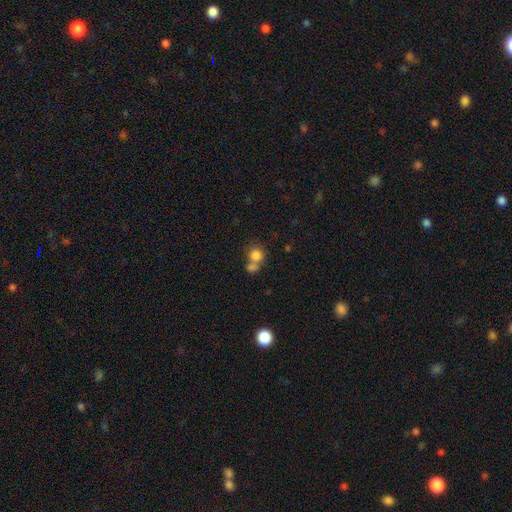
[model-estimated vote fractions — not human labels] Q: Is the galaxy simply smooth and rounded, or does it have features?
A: smooth — 80%.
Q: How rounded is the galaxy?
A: round — 81%.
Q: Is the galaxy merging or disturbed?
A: merger — 48%.